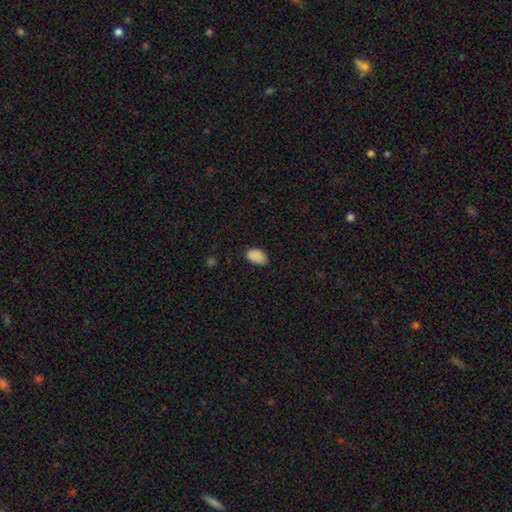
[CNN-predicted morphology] This appears to be a smooth galaxy with no disk features (88%) that is in between round and cigar-shaped (91%). Merging: none (77%).